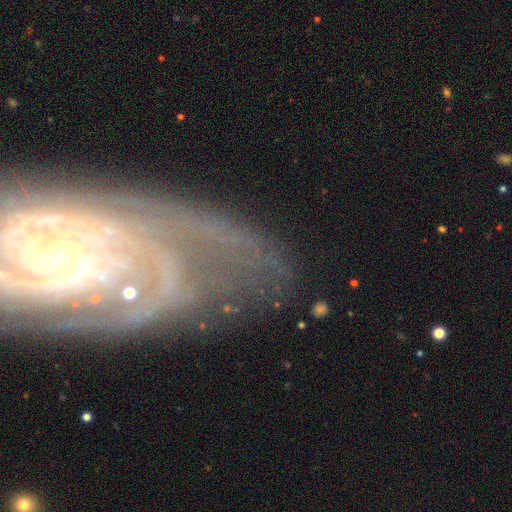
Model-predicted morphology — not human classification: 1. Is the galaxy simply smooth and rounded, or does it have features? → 82% featured or disk, 10% star or artifact, 8% smooth.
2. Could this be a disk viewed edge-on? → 94% no, 6% yes.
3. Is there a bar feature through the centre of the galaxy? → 59% no, 26% weak, 15% strong.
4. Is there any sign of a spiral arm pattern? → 92% yes, 8% no.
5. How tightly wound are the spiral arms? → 69% tight, 24% medium, 8% loose.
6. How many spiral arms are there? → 30% can't tell, 26% 2, 15% 3, 11% 4, 9% more than 4, 9% 1.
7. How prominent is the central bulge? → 70% small, 22% moderate, 4% none, 3% large, 2% dominant.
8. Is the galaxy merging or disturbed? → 65% none, 18% minor disturbance, 13% major disturbance, 4% merger.